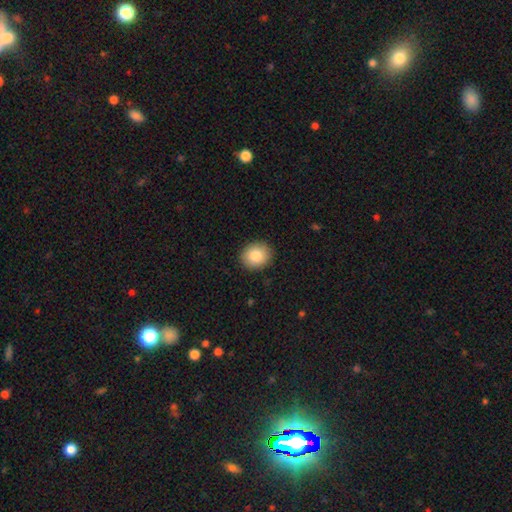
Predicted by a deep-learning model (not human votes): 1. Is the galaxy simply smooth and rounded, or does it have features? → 83% smooth, 8% star or artifact, 8% featured or disk.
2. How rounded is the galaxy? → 71% round, 28% in between, 1% cigar-shaped.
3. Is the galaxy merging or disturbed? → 91% none, 6% minor disturbance, 2% major disturbance, 1% merger.